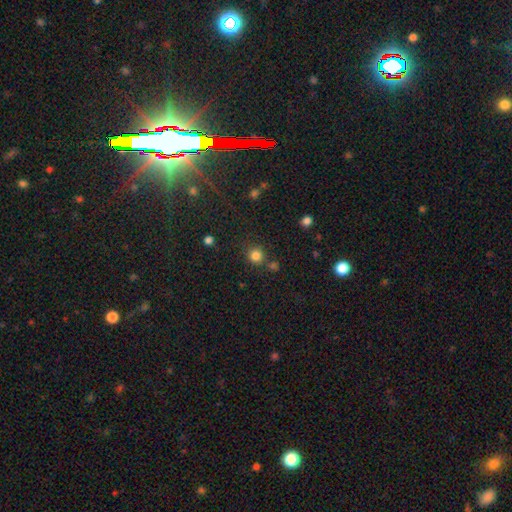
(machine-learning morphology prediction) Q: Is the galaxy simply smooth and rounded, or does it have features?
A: smooth — 81%.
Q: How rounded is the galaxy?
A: round — 91%.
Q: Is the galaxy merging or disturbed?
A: none — 76%.